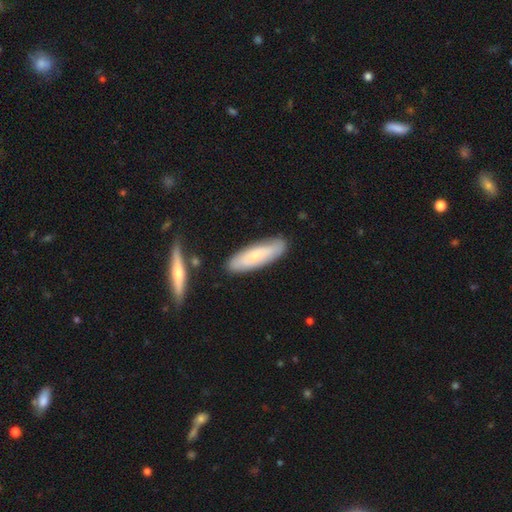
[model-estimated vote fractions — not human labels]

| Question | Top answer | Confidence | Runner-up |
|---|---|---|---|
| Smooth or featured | smooth | 60% | featured or disk (34%) |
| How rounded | cigar-shaped | 61% | in between (38%) |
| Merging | none | 82% | minor disturbance (13%) |